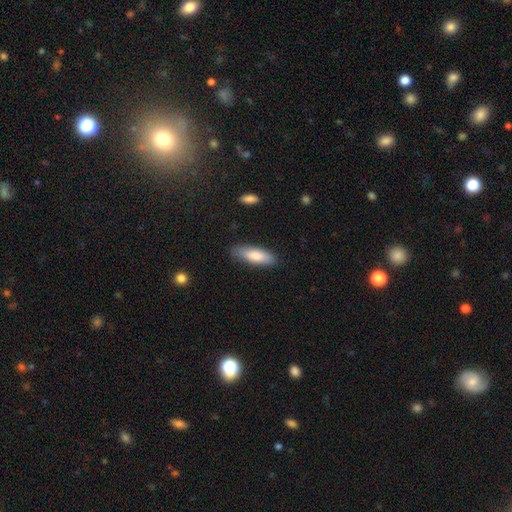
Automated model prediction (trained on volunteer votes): A smooth galaxy with no disk features (82%) that is in between round and cigar-shaped (51%).

Vote fractions:
- Smooth or featured? smooth: 82% / featured or disk: 12% / star or artifact: 6%
- How rounded? in between: 51% / cigar-shaped: 48% / round: 2%
- Merging? none: 83% / minor disturbance: 13% / major disturbance: 3% / merger: 1%